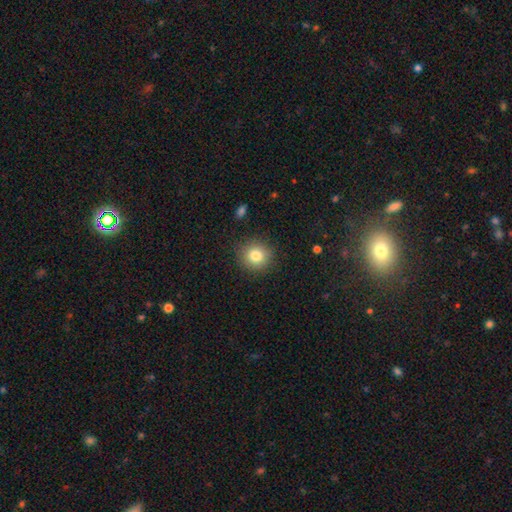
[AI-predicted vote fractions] smooth_or_featured: smooth (p=0.82) [alt: star or artifact p=0.10]
how_rounded: round (p=0.90) [alt: in between p=0.09]
merging: none (p=0.88) [alt: minor disturbance p=0.08]